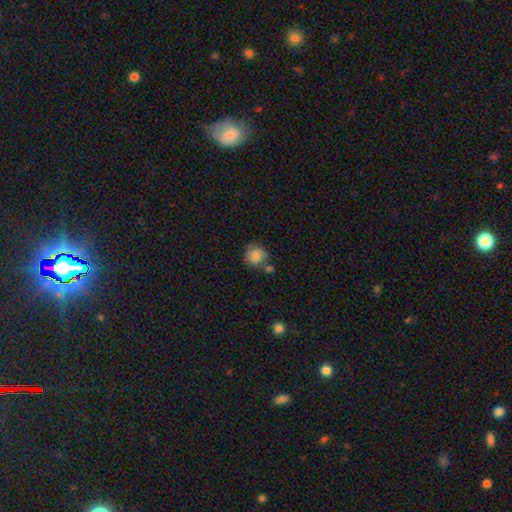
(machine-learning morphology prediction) A smooth galaxy with no disk features (55%) that is round (75%).

Vote fractions:
- Smooth or featured? smooth: 55% / featured or disk: 36% / star or artifact: 9%
- How rounded? round: 75% / in between: 24% / cigar-shaped: 1%
- Merging? none: 48% / minor disturbance: 24% / merger: 16% / major disturbance: 12%